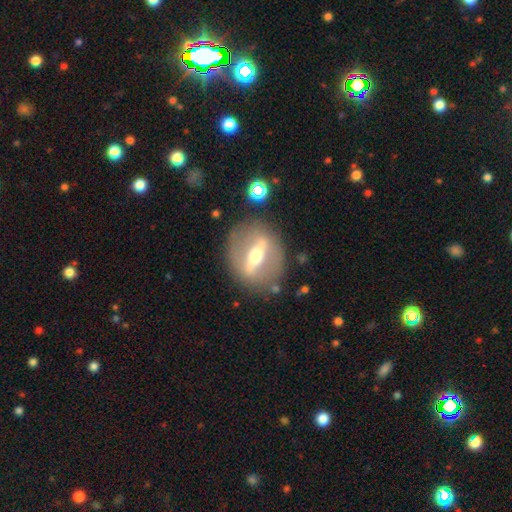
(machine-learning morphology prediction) Smooth or featured?
  - featured or disk: 77% *
  - smooth: 16%
  - star or artifact: 7%
Edge-on disk?
  - no: 53% *
  - yes: 47%
Merging?
  - none: 83% *
  - minor disturbance: 10%
  - major disturbance: 5%
  - merger: 2%